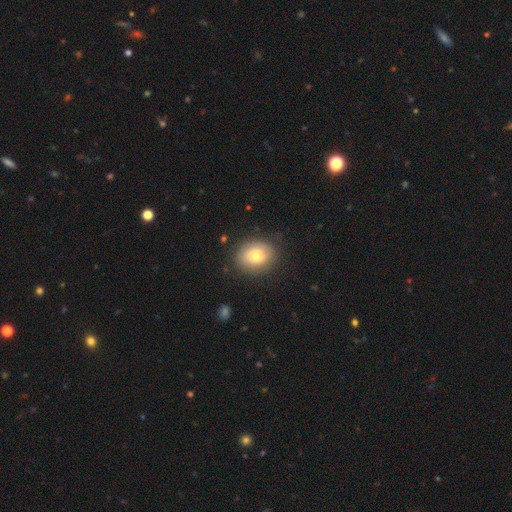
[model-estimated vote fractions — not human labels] This appears to be a smooth galaxy with no disk features (74%) that is round (57%). Merging: none (83%).